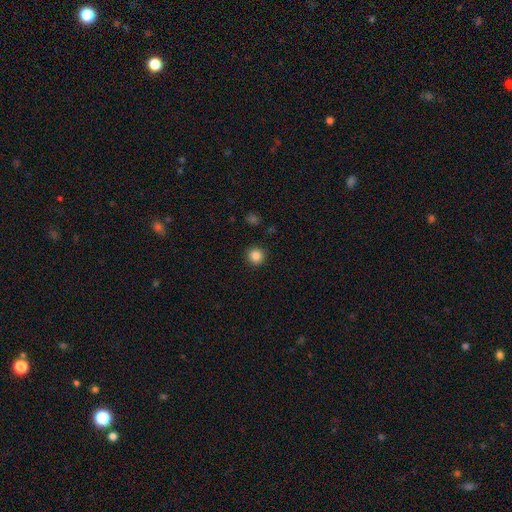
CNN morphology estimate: Q: Smooth or featured?
A: smooth (85%); runner-up: star or artifact (11%)
Q: How rounded?
A: round (94%); runner-up: in between (5%)
Q: Merging?
A: none (92%); runner-up: minor disturbance (5%)